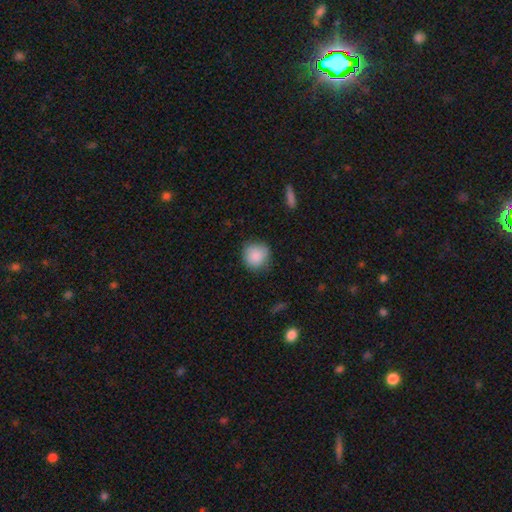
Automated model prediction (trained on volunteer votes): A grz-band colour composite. It shows a smooth galaxy with no disk features (89%) that is round (90%). Merging: none (83%).